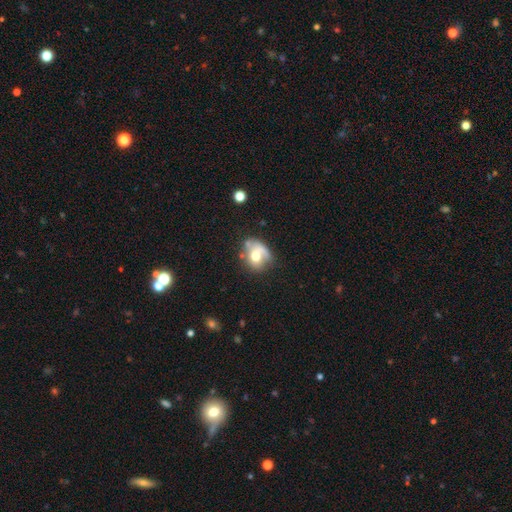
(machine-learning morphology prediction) Smooth or featured?
  - smooth: 57% *
  - featured or disk: 34%
  - star or artifact: 9%
How rounded?
  - round: 59% *
  - in between: 39%
  - cigar-shaped: 1%
Merging?
  - none: 39% *
  - minor disturbance: 26%
  - major disturbance: 20%
  - merger: 15%